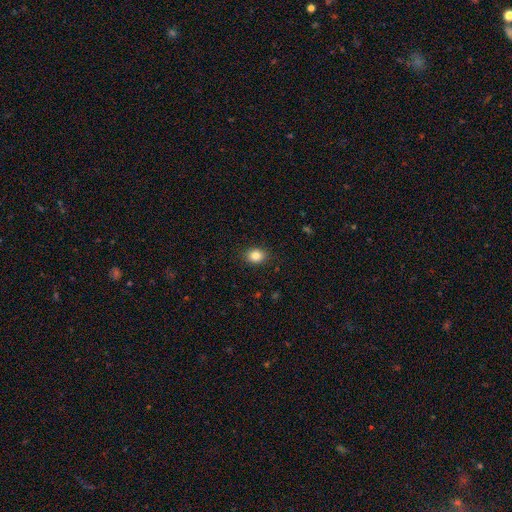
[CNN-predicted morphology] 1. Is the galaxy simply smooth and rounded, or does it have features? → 85% smooth, 10% star or artifact, 5% featured or disk.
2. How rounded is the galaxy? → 51% in between, 48% round, 1% cigar-shaped.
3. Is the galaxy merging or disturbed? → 89% none, 8% minor disturbance, 2% major disturbance, 1% merger.